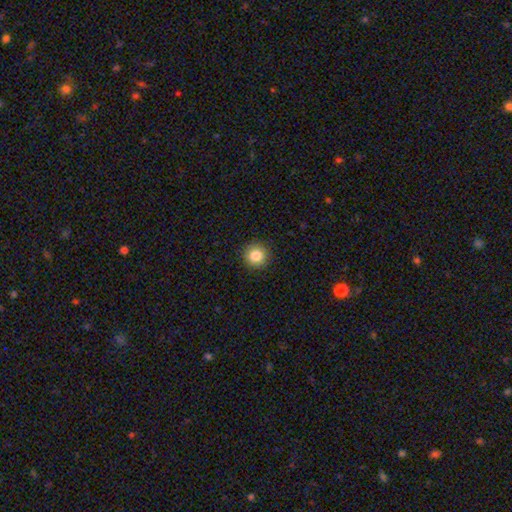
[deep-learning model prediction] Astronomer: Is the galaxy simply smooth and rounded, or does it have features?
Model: smooth — 84%.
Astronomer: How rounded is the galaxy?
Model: round — 95%.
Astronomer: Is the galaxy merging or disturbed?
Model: none — 92%.